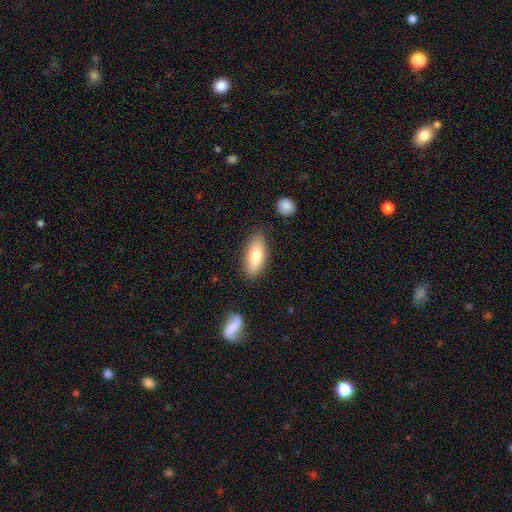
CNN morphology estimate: smooth-or-featured: smooth: 73% | featured or disk: 20% | star or artifact: 7%
  how-rounded: in between: 81% | cigar-shaped: 16% | round: 3%
  merging: none: 83% | minor disturbance: 12% | major disturbance: 3% | merger: 3%